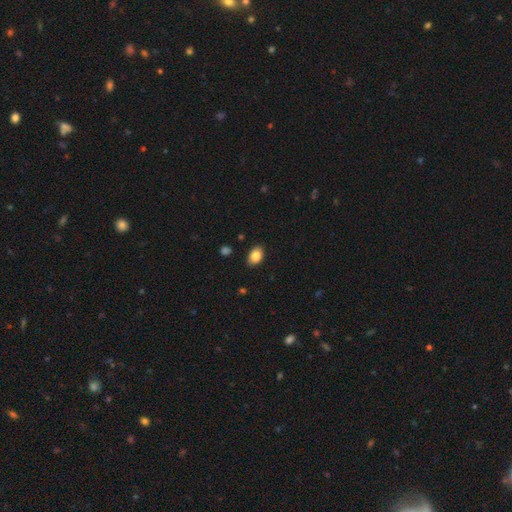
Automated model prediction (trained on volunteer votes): This is clearly a smooth galaxy (86%). How rounded: clearly in between (85%). Merging: clearly none (86%).